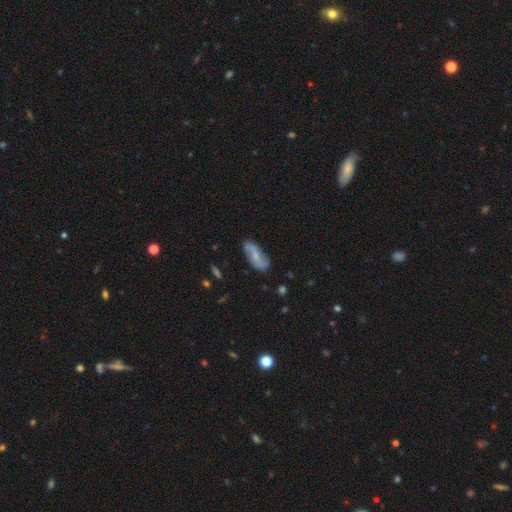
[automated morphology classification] Q: Smooth or featured?
A: featured or disk (50%); runner-up: smooth (42%)
Q: Edge-on disk?
A: no (89%); runner-up: yes (11%)
Q: Merging?
A: none (73%); runner-up: minor disturbance (19%)